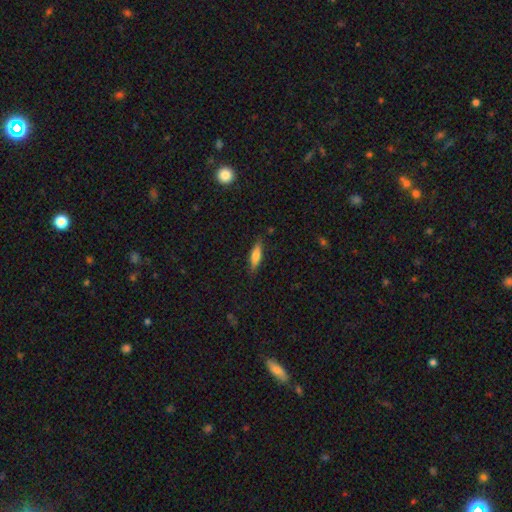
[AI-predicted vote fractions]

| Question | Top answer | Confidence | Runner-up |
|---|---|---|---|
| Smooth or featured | smooth | 65% | featured or disk (28%) |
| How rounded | cigar-shaped | 60% | in between (38%) |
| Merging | none | 83% | minor disturbance (13%) |